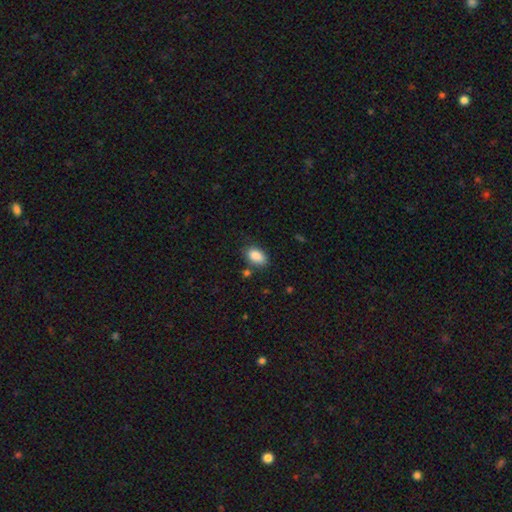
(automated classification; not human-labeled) This appears to be a smooth galaxy with no disk features (88%) that is in between round and cigar-shaped (91%). Merging: none (76%).